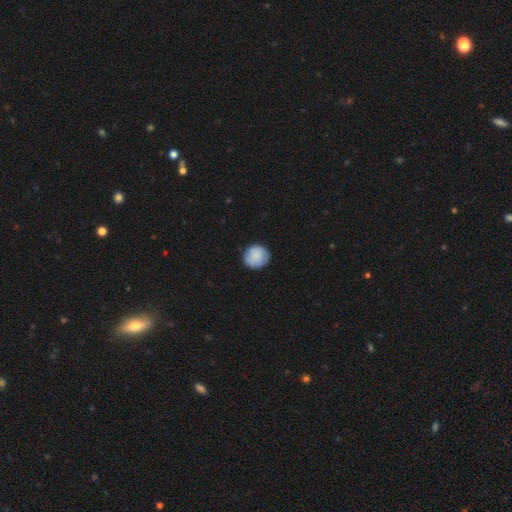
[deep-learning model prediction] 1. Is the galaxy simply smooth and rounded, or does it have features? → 85% smooth, 8% featured or disk, 6% star or artifact.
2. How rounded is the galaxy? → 90% round, 9% in between, 1% cigar-shaped.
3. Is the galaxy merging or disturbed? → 83% none, 13% minor disturbance, 3% major disturbance, 1% merger.